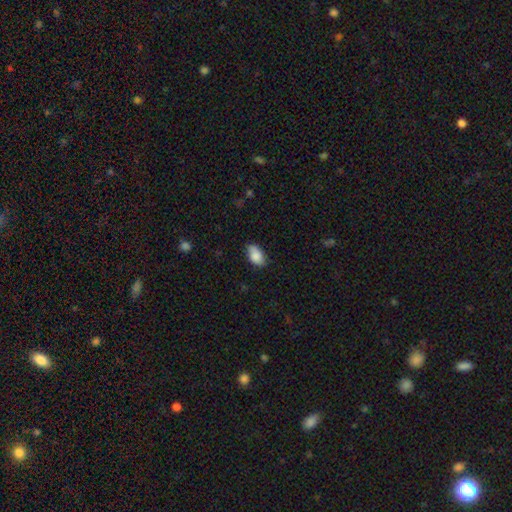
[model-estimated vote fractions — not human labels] smooth-or-featured: smooth: 86% | featured or disk: 7% | star or artifact: 7%
  how-rounded: in between: 93% | round: 5% | cigar-shaped: 3%
  merging: none: 75% | minor disturbance: 21% | major disturbance: 3% | merger: 1%